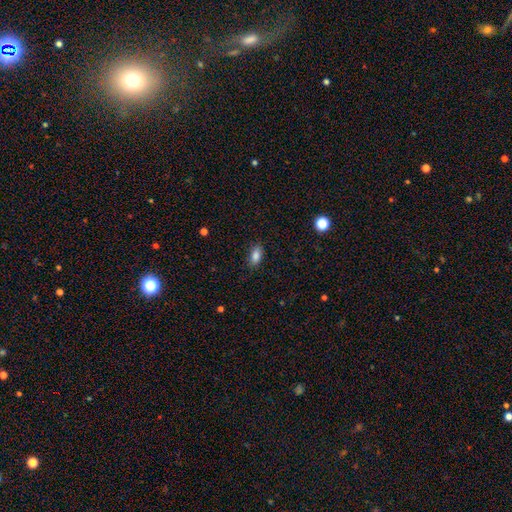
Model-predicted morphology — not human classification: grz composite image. It shows a smooth galaxy with no disk features (86%) that is in between round and cigar-shaped (89%). Merging: none (84%).